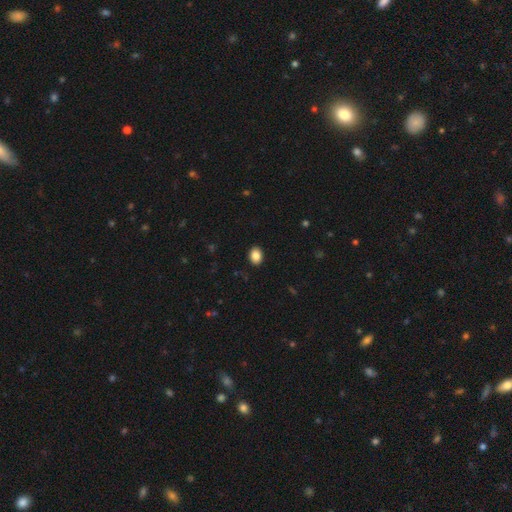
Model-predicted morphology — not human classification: smooth 88%, star or artifact 8%, featured or disk 4%. Down the decision tree: how rounded — in between (71%); merging — none (91%).